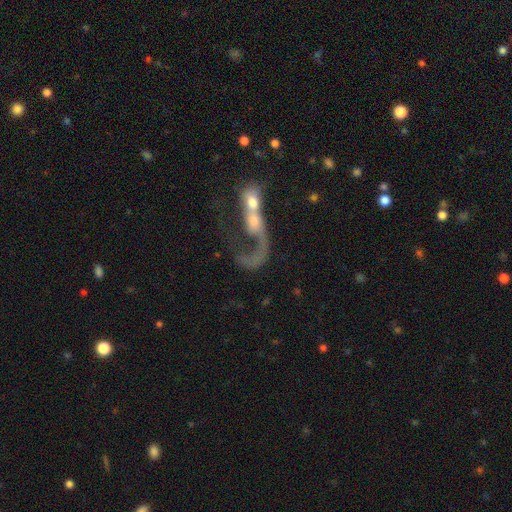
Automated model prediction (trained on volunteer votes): Q: Smooth or featured?
A: featured or disk (63%); runner-up: smooth (27%)
Q: Edge-on disk?
A: no (92%); runner-up: yes (8%)
Q: Bar?
A: no (72%); runner-up: weak (21%)
Q: Spiral arms?
A: yes (64%); runner-up: no (36%)
Q: Bulge size?
A: moderate (46%); runner-up: small (29%)
Q: Merging?
A: merger (69%); runner-up: major disturbance (17%)